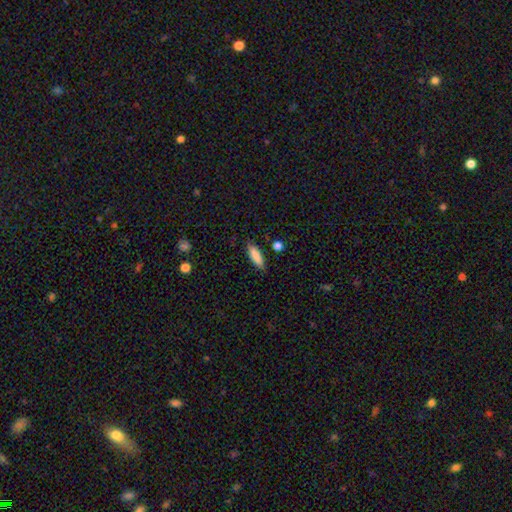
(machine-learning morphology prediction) A smooth galaxy with no disk features (86%) that is in between round and cigar-shaped (51%).

Vote fractions:
- Smooth or featured? smooth: 86% / featured or disk: 7% / star or artifact: 7%
- How rounded? in between: 51% / cigar-shaped: 48% / round: 2%
- Merging? none: 86% / minor disturbance: 10% / major disturbance: 2% / merger: 2%